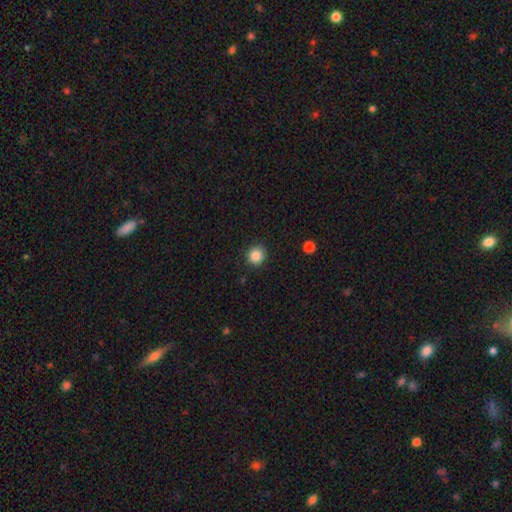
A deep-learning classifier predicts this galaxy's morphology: This is clearly a smooth galaxy (85%). How rounded: clearly round (93%). Merging: clearly none (91%).